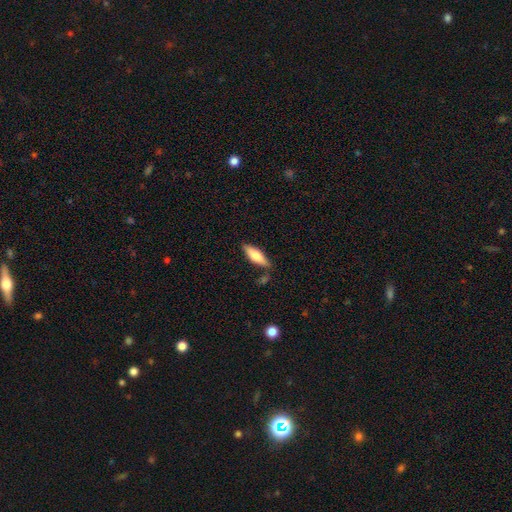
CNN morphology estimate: Smooth or featured? Predicted: smooth (p=0.67). How rounded? Predicted: in between (p=0.53). Merging? Predicted: none (p=0.79).